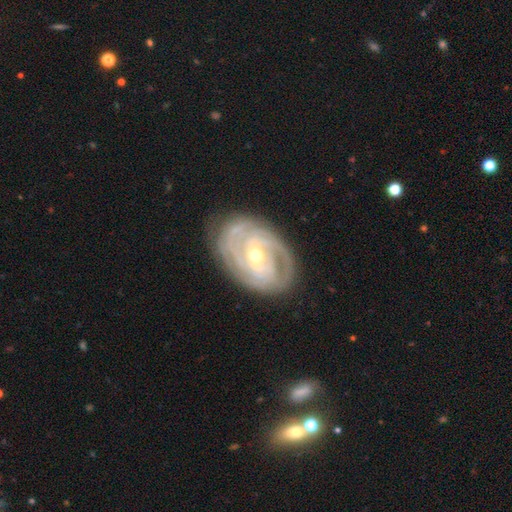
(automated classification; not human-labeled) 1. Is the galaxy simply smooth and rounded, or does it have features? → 88% featured or disk, 7% smooth, 5% star or artifact.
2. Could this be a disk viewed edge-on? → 96% no, 4% yes.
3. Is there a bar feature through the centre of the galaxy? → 42% weak, 33% no, 25% strong.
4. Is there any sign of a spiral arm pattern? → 96% yes, 4% no.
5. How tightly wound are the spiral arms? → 73% tight, 22% medium, 5% loose.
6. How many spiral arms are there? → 27% 2, 26% 3, 24% can't tell, 13% 4, 6% more than 4, 5% 1.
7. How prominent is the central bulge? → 52% small, 45% moderate, 1% large, 1% none, 1% dominant.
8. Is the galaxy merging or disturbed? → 79% none, 15% minor disturbance, 5% major disturbance, 1% merger.